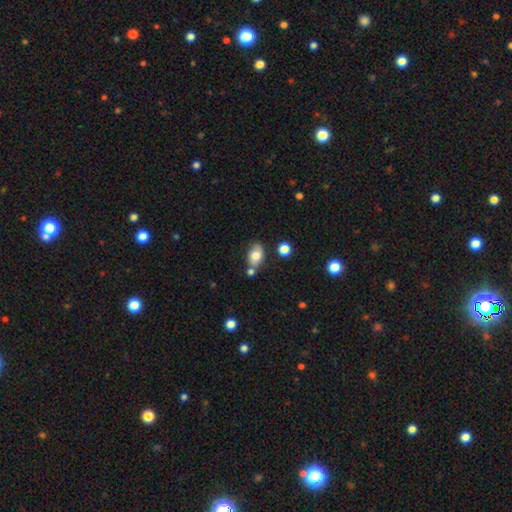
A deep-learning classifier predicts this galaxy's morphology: Smooth or featured: smooth — 79% (featured or disk — 13%)
How rounded: in between — 84% (round — 15%)
Merging: none — 67% (minor disturbance — 15%)